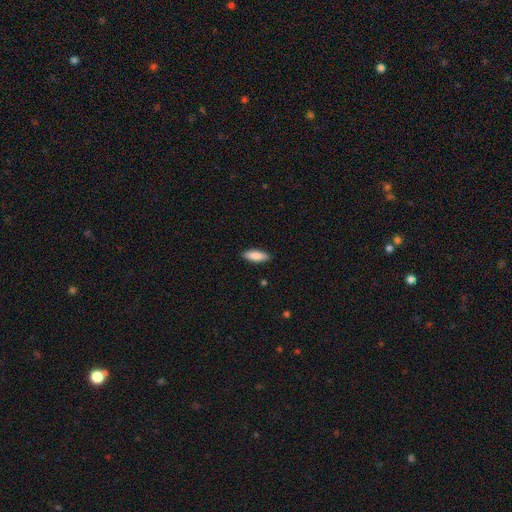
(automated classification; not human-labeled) Smooth or featured? Predicted: smooth (p=0.88). How rounded? Predicted: in between (p=0.69). Merging? Predicted: none (p=0.89).